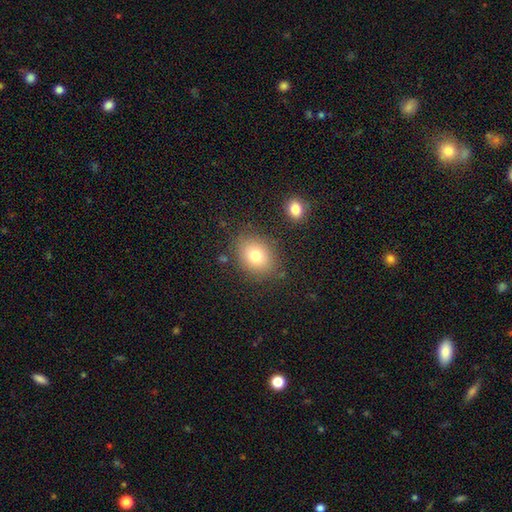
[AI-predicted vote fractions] Smooth or featured? Predicted: smooth (p=0.78). How rounded? Predicted: in between (p=0.53). Merging? Predicted: none (p=0.82).